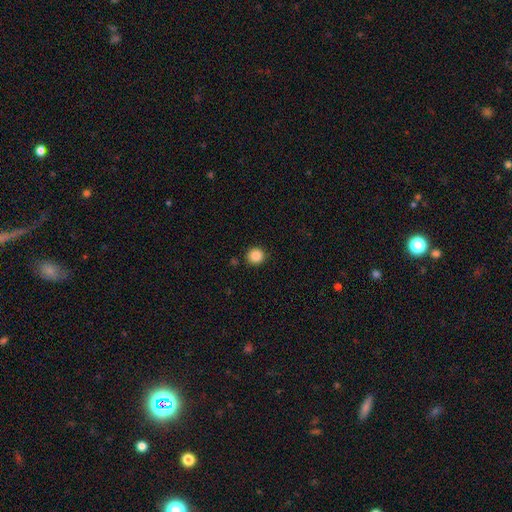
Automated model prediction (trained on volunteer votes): Smooth or featured? smooth (87%)
How rounded? round (92%)
Merging? none (90%)